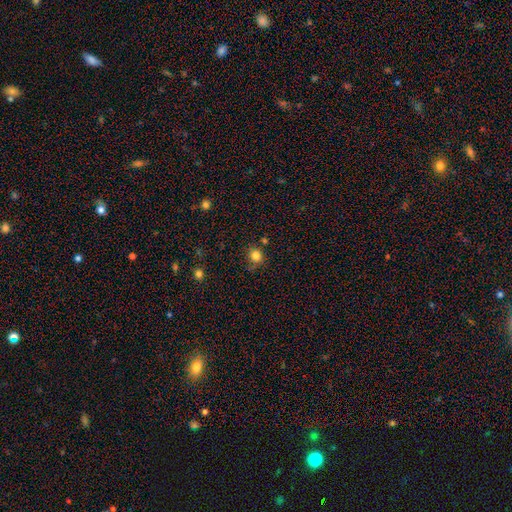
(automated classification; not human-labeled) Q: Smooth or featured?
A: smooth (81%); runner-up: star or artifact (13%)
Q: How rounded?
A: round (81%); runner-up: in between (18%)
Q: Merging?
A: none (71%); runner-up: minor disturbance (18%)